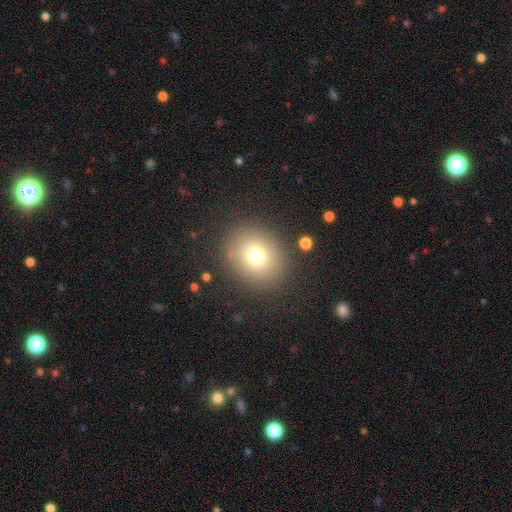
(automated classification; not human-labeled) The model was most divided on "how rounded": round: 77%, in between: 22%, cigar-shaped: 1%. More confident: merging — none (85%); smooth or featured — smooth (73%).